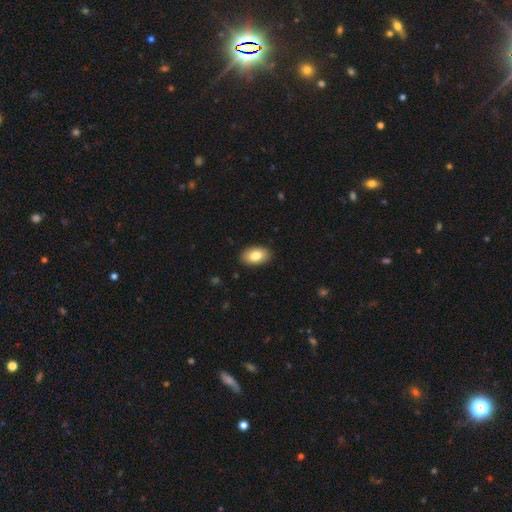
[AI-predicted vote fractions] A smooth galaxy with no disk features (82%) that is in between round and cigar-shaped (92%).

Vote fractions:
- Smooth or featured? smooth: 82% / featured or disk: 11% / star or artifact: 7%
- How rounded? in between: 92% / round: 7% / cigar-shaped: 1%
- Merging? none: 90% / minor disturbance: 8% / major disturbance: 2% / merger: 1%